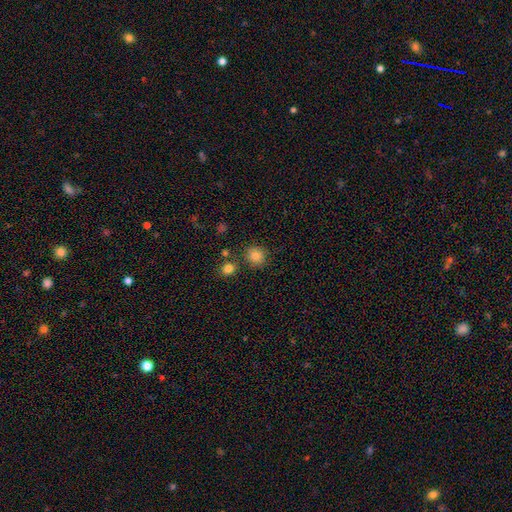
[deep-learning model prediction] A smooth galaxy with no disk features (83%) that is round (84%).

Vote fractions:
- Smooth or featured? smooth: 83% / star or artifact: 11% / featured or disk: 6%
- How rounded? round: 84% / in between: 15% / cigar-shaped: 1%
- Merging? none: 81% / minor disturbance: 9% / merger: 7% / major disturbance: 3%